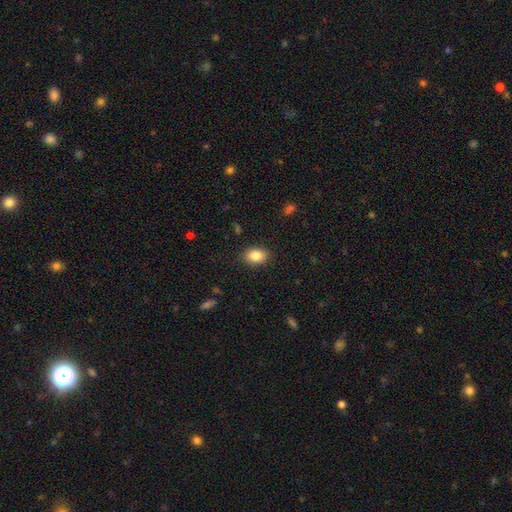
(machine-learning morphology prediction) Smooth or featured? smooth (87%)
How rounded? in between (79%)
Merging? none (88%)